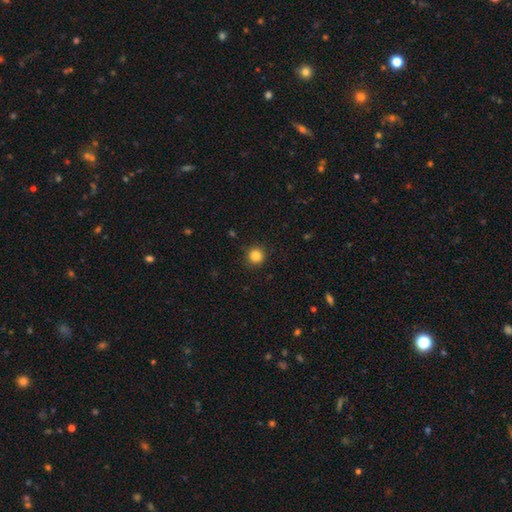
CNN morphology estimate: smooth_or_featured: smooth (p=0.85) [alt: star or artifact p=0.11]
how_rounded: round (p=0.95) [alt: in between p=0.04]
merging: none (p=0.91) [alt: minor disturbance p=0.06]